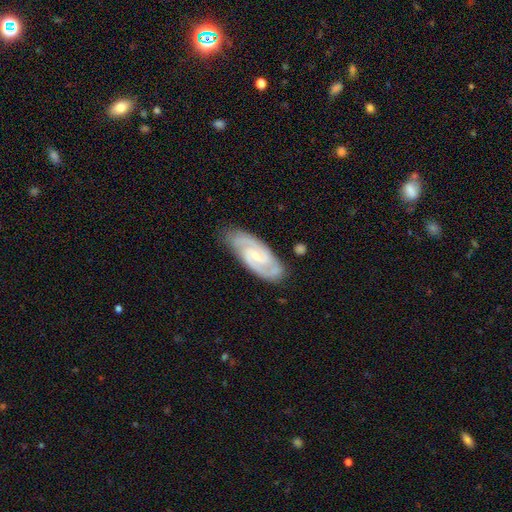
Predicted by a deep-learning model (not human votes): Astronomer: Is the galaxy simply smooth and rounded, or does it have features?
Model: featured or disk — 88%.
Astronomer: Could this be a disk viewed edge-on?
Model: no — 95%.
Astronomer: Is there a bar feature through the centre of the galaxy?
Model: no — 43%, tied with weak at 43%.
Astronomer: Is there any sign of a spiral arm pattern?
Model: yes — 98%.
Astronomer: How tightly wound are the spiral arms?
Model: tight — 50% (runner-up: medium, 43%).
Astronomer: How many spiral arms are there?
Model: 2 — 88%.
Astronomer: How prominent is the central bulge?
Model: small — 70%.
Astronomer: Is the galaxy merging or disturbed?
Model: none — 81%.